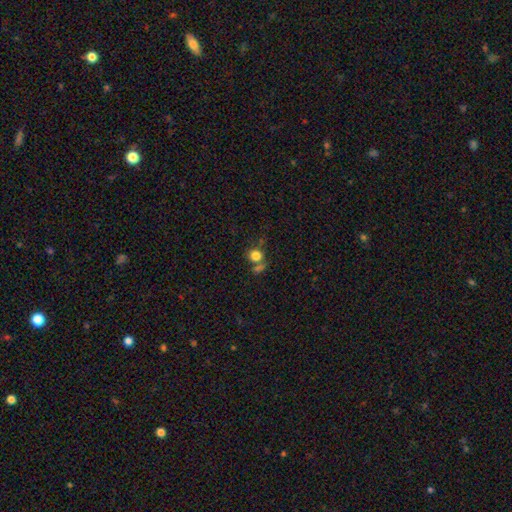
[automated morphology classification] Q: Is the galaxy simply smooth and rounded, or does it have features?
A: smooth — 78%.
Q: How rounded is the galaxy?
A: round — 82%.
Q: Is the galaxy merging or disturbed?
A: none — 53%.